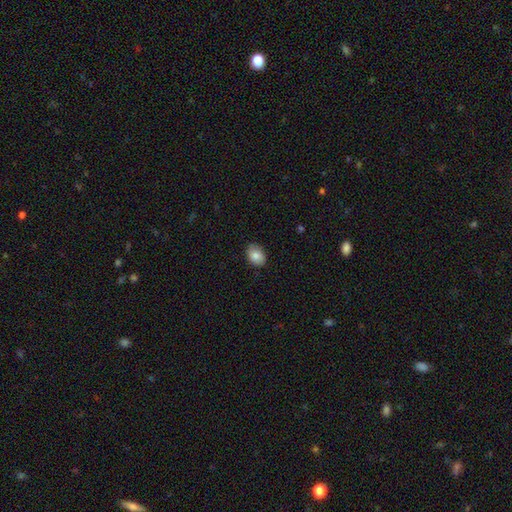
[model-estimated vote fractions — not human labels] A smooth galaxy with no disk features (83%) that is in between round and cigar-shaped (74%). Merging: none (84%).